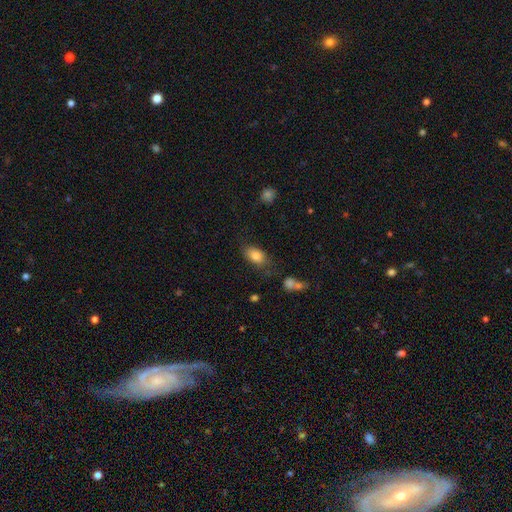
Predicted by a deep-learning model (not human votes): Morphology: type=smooth (82%); roundness=in between (88%); merging=none (69%).